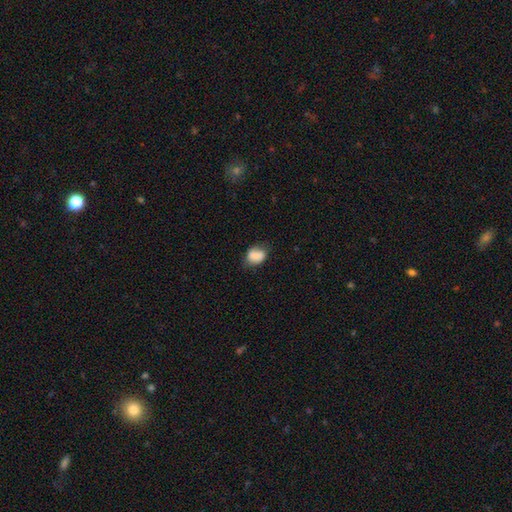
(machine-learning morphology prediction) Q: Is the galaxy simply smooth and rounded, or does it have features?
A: smooth — 80%.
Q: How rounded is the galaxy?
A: in between — 63%.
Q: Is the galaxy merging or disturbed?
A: none — 56%.